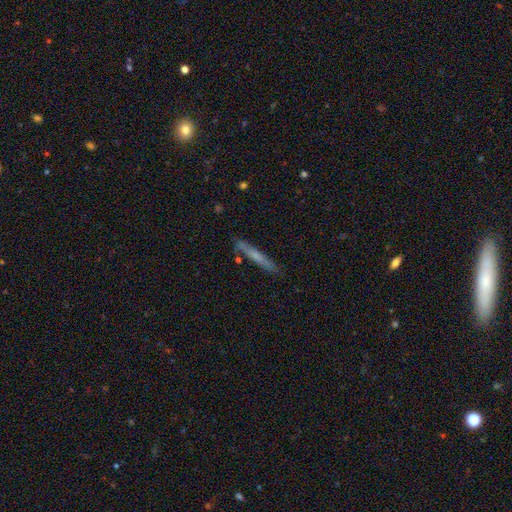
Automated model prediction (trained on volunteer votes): Smooth or featured? smooth (54%)
How rounded? cigar-shaped (95%)
Merging? none (85%)